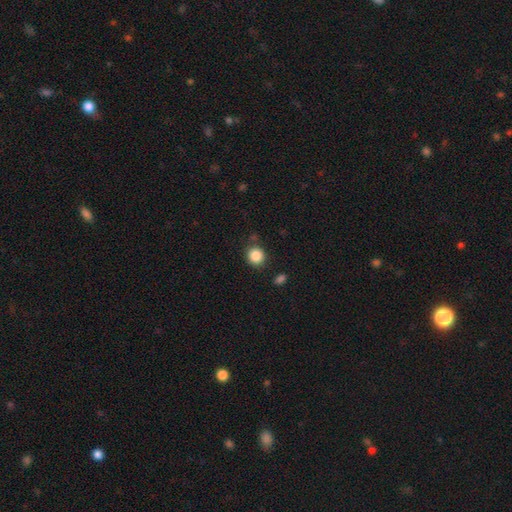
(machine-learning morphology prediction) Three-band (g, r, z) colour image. It shows a smooth galaxy with no disk features (87%) that is round (86%). Merging: none (81%).